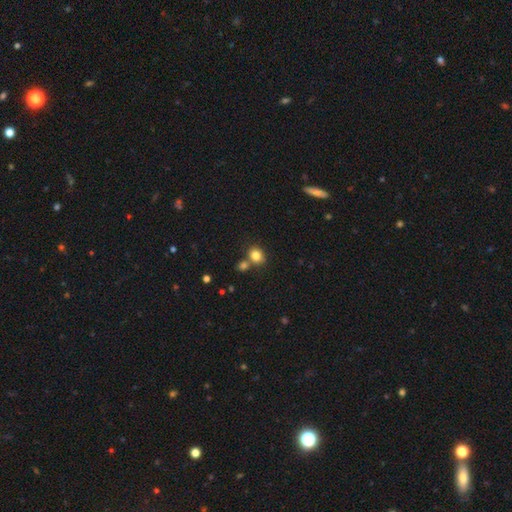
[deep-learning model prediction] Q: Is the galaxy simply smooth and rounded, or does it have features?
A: smooth — 82%.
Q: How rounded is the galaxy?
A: round — 68%.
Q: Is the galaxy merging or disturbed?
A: none — 62%.